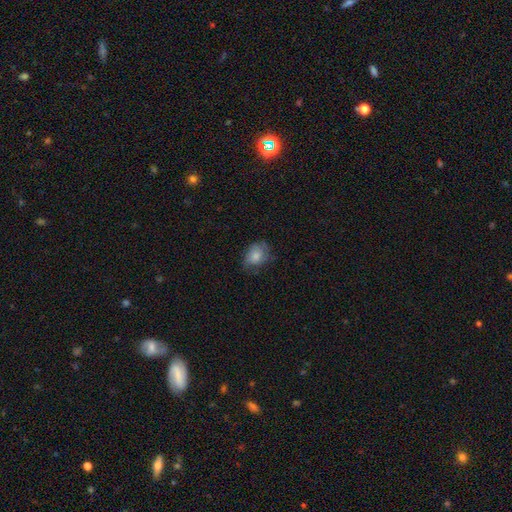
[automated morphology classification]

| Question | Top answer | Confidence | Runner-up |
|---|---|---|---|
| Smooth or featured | smooth | 77% | featured or disk (14%) |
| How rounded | in between | 65% | round (34%) |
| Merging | none | 55% | minor disturbance (32%) |